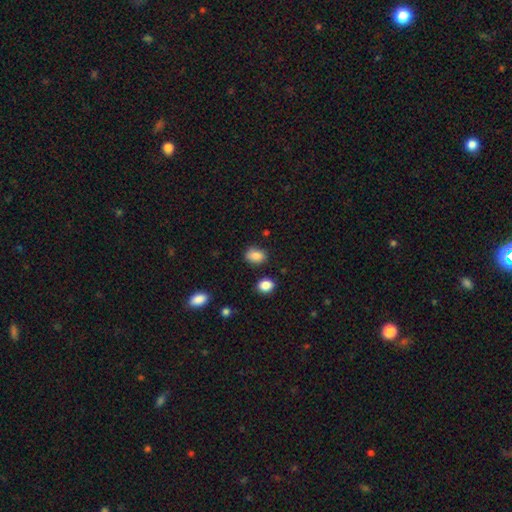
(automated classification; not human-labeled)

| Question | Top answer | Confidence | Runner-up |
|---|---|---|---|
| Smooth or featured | smooth | 86% | star or artifact (9%) |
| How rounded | in between | 71% | round (27%) |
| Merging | none | 78% | minor disturbance (15%) |